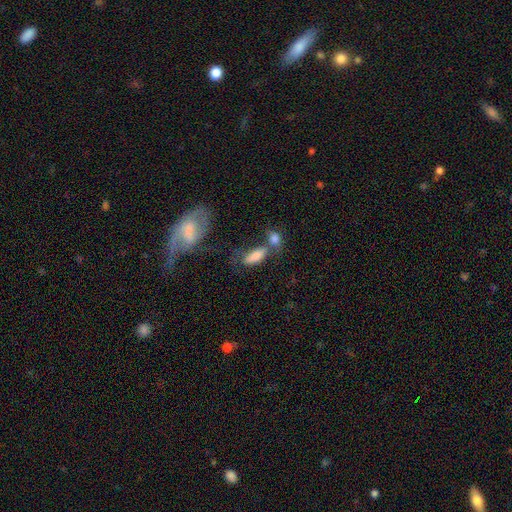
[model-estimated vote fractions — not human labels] This is likely a smooth galaxy (74%). How rounded: likely in between (72%). Merging: marginally none (38%).